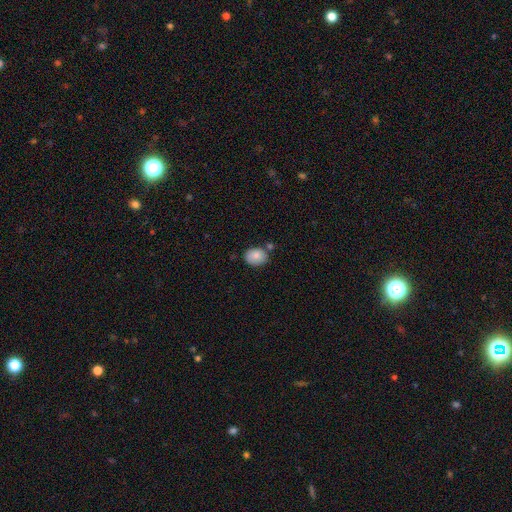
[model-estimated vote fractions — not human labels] This appears to be a smooth galaxy with no disk features (83%) that is in between round and cigar-shaped (65%). Merging: none (69%).